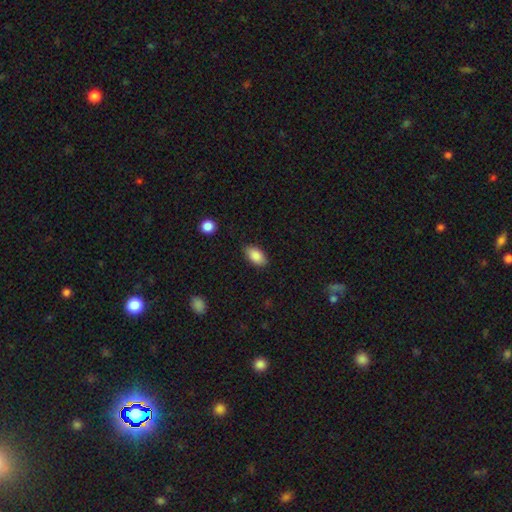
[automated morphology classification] Q: Smooth or featured?
A: smooth (87%); runner-up: star or artifact (7%)
Q: How rounded?
A: in between (93%); runner-up: round (4%)
Q: Merging?
A: none (84%); runner-up: minor disturbance (12%)